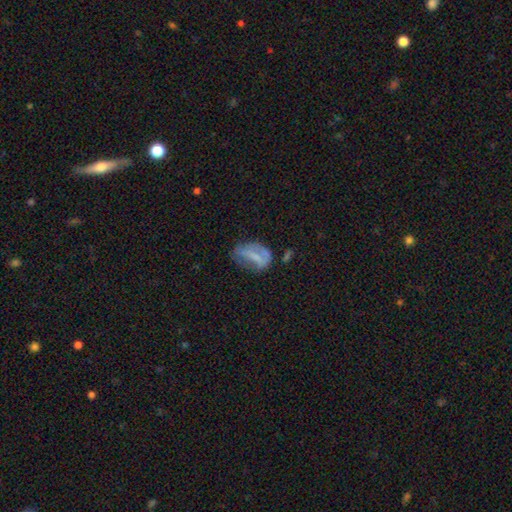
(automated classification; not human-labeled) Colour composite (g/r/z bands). It shows a smooth galaxy with no disk features (51%) that is in between round and cigar-shaped (82%). Merging: none (34%).